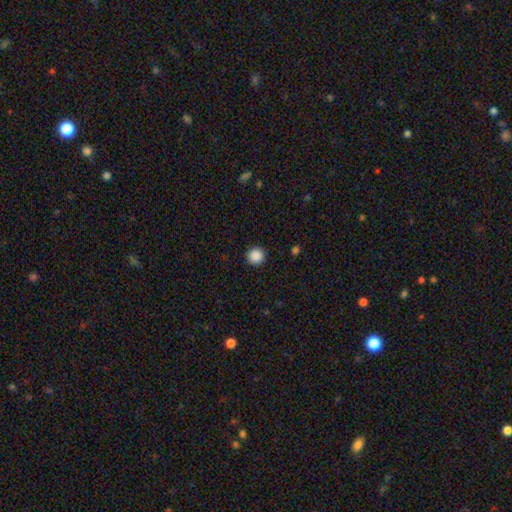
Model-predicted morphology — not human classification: Smooth or featured? Predicted: smooth (p=0.88). How rounded? Predicted: round (p=0.95). Merging? Predicted: none (p=0.93).